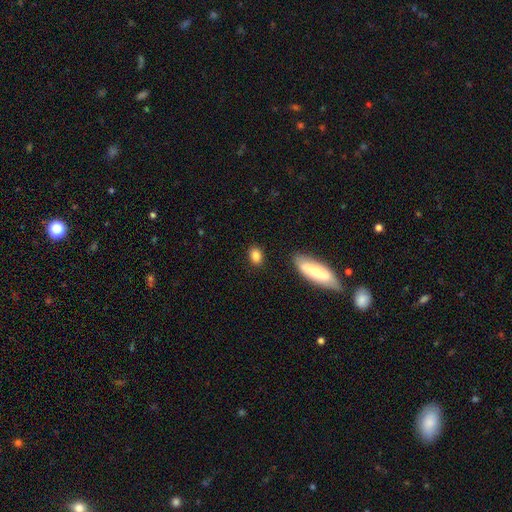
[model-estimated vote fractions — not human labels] Morphology: type=smooth (85%); roundness=in between (74%); merging=none (84%).